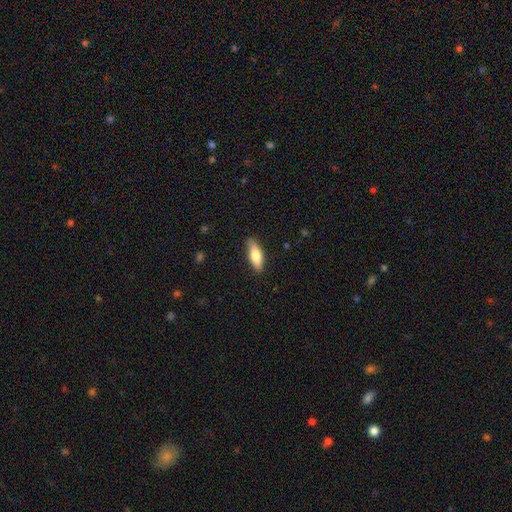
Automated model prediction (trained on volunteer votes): Smooth or featured? smooth (75%)
How rounded? in between (60%)
Merging? none (82%)